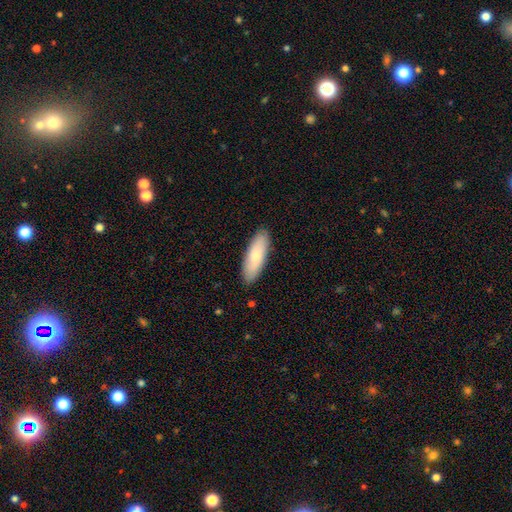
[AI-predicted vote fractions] smooth_or_featured: smooth (p=0.76) [alt: featured or disk p=0.18]
how_rounded: in between (p=0.62) [alt: cigar-shaped p=0.36]
merging: none (p=0.89) [alt: minor disturbance p=0.09]